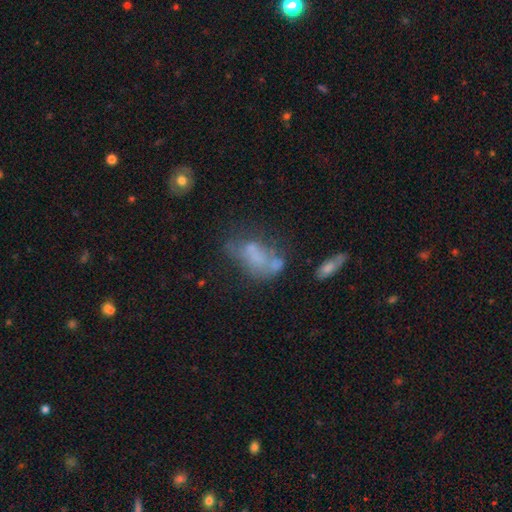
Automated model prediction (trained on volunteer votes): Smooth or featured?
  - smooth: 44% *
  - featured or disk: 41%
  - star or artifact: 15%
Merging?
  - merger: 30% *
  - none: 26%
  - major disturbance: 25%
  - minor disturbance: 19%